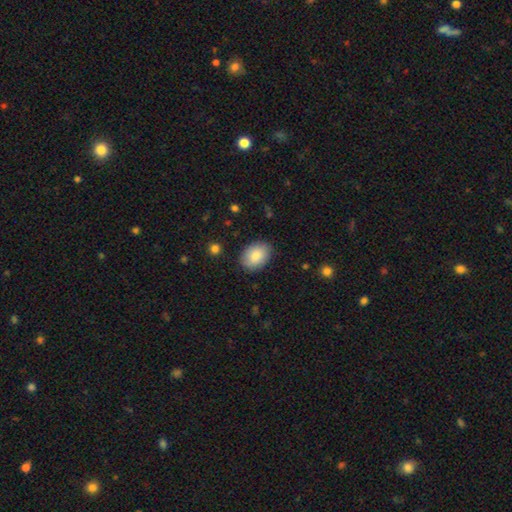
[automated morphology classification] smooth 87%, featured or disk 7%, star or artifact 6%. Down the decision tree: how rounded — in between (79%); merging — none (87%).